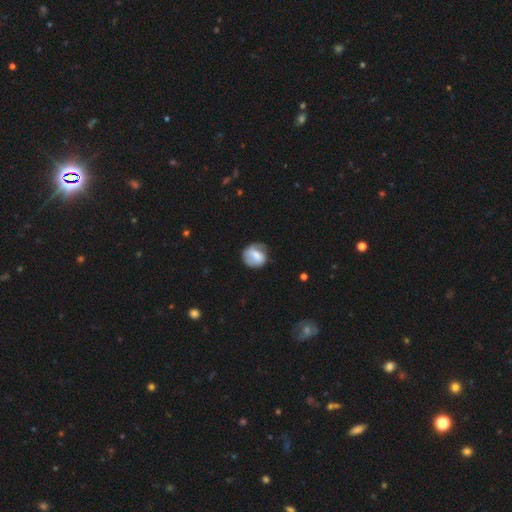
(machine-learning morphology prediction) Smooth or featured?
  - smooth: 60% *
  - featured or disk: 33%
  - star or artifact: 7%
How rounded?
  - round: 76% *
  - in between: 22%
  - cigar-shaped: 1%
Merging?
  - none: 59% *
  - minor disturbance: 27%
  - major disturbance: 12%
  - merger: 2%